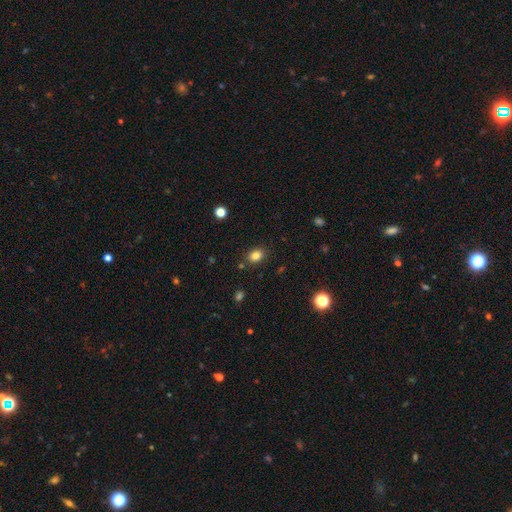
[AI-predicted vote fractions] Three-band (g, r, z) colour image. It shows a smooth galaxy with no disk features (82%) that is in between round and cigar-shaped (57%). Merging: none (84%).